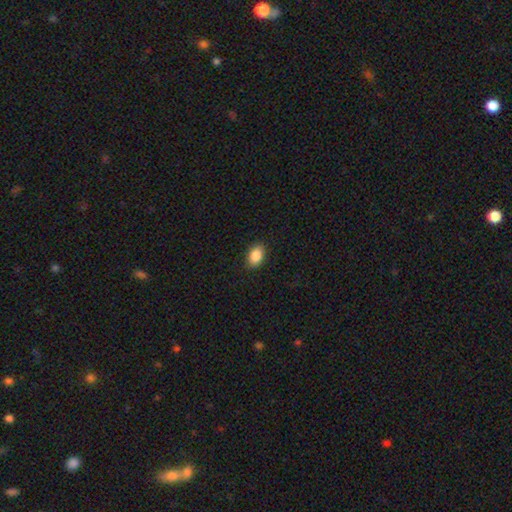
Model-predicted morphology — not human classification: Q: Smooth or featured?
A: smooth (87%); runner-up: star or artifact (8%)
Q: How rounded?
A: in between (86%); runner-up: round (12%)
Q: Merging?
A: none (89%); runner-up: minor disturbance (8%)